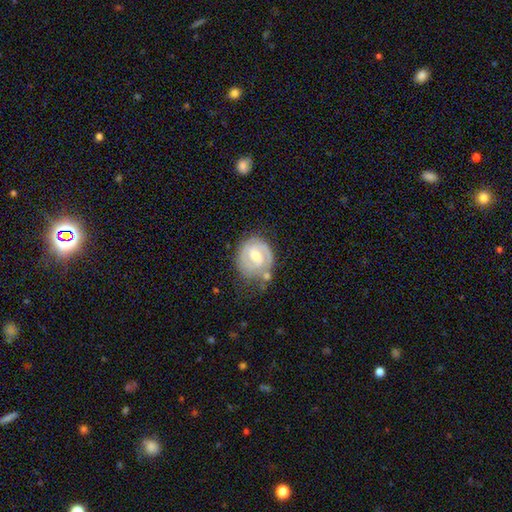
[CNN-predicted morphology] Overall: featured or disk (76%). Edge-on disk: no (98%). Bar: weak (57%; no 28%). Spiral arms: yes (89%). Spiral arm count: 2 (66%). Spiral winding: tight (57%; medium 33%). Bulge size: moderate (65%; small 28%). Merging: none (56%; minor disturbance 25%).